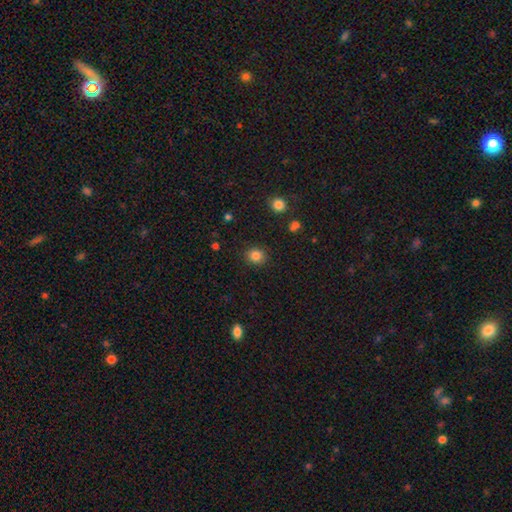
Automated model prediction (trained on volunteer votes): smooth-or-featured: smooth: 84% | star or artifact: 11% | featured or disk: 5%
  how-rounded: round: 79% | in between: 20% | cigar-shaped: 1%
  merging: none: 89% | minor disturbance: 7% | major disturbance: 2% | merger: 1%